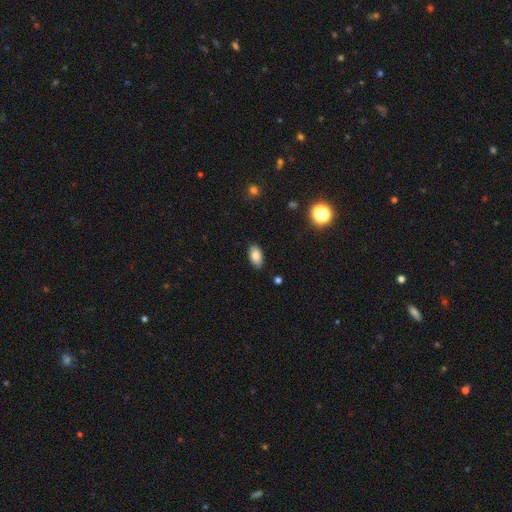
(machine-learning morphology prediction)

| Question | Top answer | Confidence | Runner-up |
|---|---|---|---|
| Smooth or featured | smooth | 83% | featured or disk (9%) |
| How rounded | in between | 93% | round (4%) |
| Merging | none | 86% | minor disturbance (11%) |